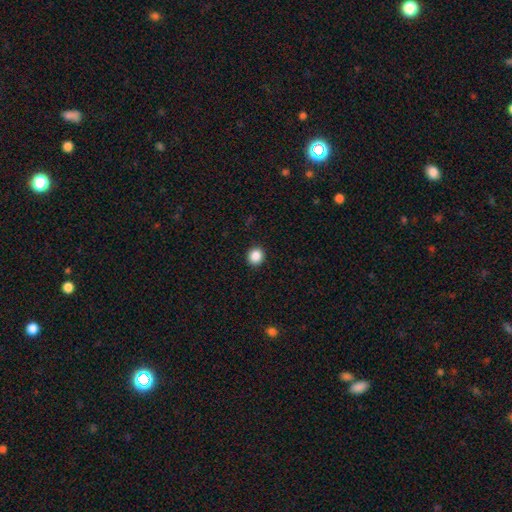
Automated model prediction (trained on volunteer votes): Smooth or featured: smooth — 88% (star or artifact — 9%)
How rounded: round — 86% (in between — 13%)
Merging: none — 92% (minor disturbance — 5%)